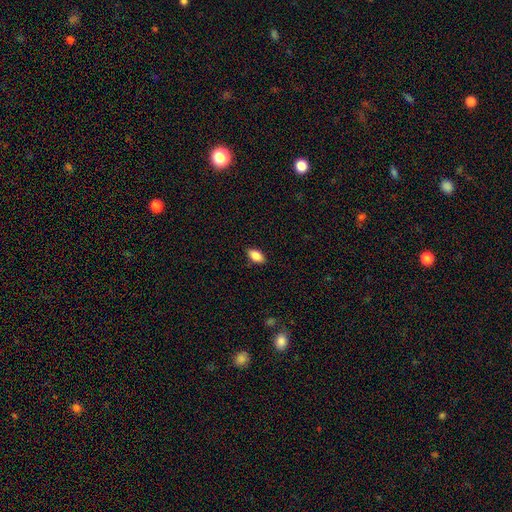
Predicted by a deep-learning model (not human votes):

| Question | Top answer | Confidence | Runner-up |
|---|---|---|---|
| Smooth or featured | smooth | 85% | star or artifact (8%) |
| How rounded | in between | 91% | cigar-shaped (4%) |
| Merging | none | 88% | minor disturbance (9%) |